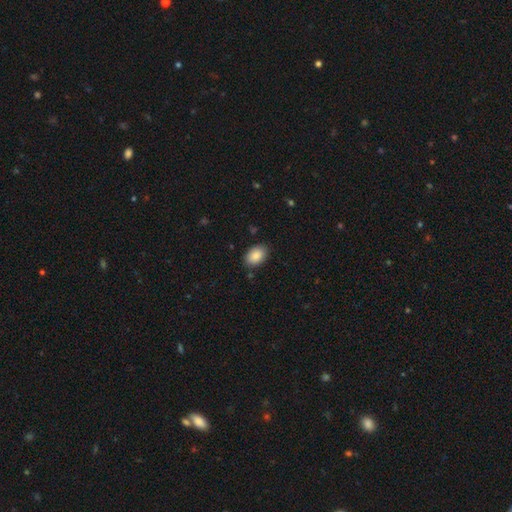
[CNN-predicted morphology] Q: Smooth or featured?
A: smooth (88%); runner-up: star or artifact (7%)
Q: How rounded?
A: in between (88%); runner-up: round (10%)
Q: Merging?
A: none (86%); runner-up: minor disturbance (10%)